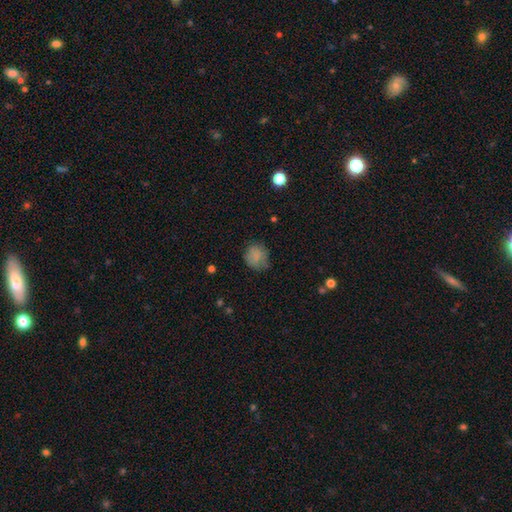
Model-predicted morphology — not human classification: Smooth or featured? smooth (79%)
How rounded? round (76%)
Merging? none (65%)